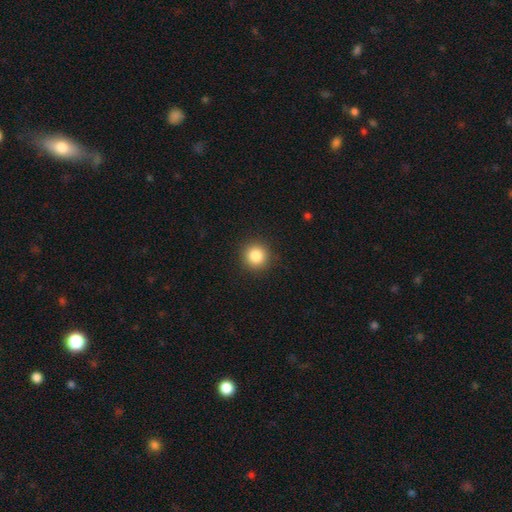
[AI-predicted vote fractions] smooth-or-featured: smooth: 85% | star or artifact: 10% | featured or disk: 5%
  how-rounded: round: 94% | in between: 5% | cigar-shaped: 1%
  merging: none: 91% | minor disturbance: 6% | major disturbance: 2% | merger: 1%